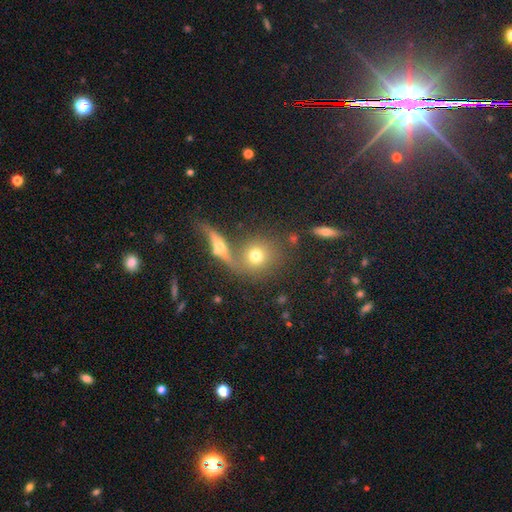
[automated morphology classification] Q: Smooth or featured?
A: smooth (69%); runner-up: featured or disk (20%)
Q: How rounded?
A: round (80%); runner-up: in between (18%)
Q: Merging?
A: none (52%); runner-up: merger (33%)